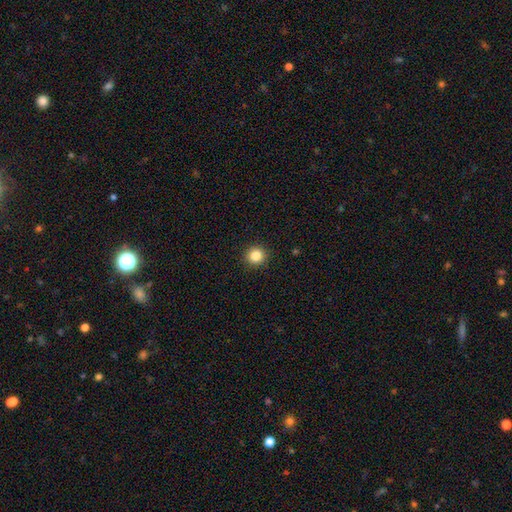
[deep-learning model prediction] Smooth or featured? smooth (84%)
How rounded? round (94%)
Merging? none (93%)